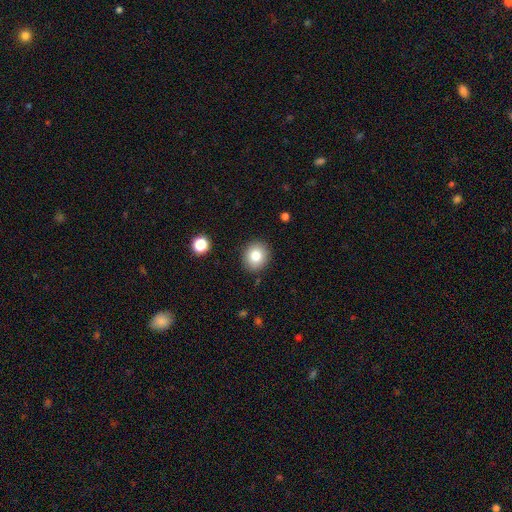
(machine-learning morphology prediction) Smooth or featured?
  - smooth: 81% *
  - star or artifact: 10%
  - featured or disk: 9%
How rounded?
  - round: 80% *
  - in between: 19%
  - cigar-shaped: 1%
Merging?
  - none: 89% *
  - minor disturbance: 7%
  - major disturbance: 2%
  - merger: 1%